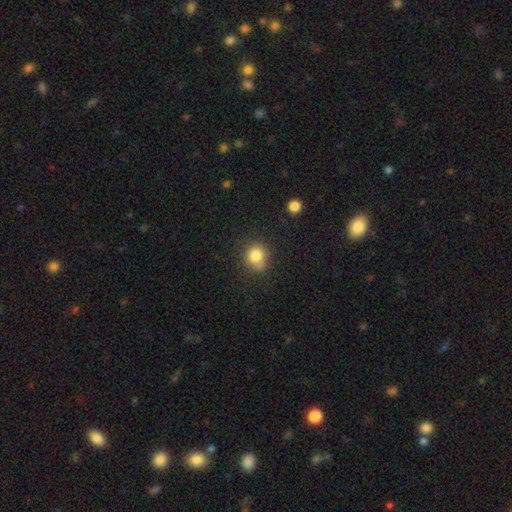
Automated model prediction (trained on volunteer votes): A smooth galaxy with no disk features (82%) that is round (85%). Merging: none (68%).